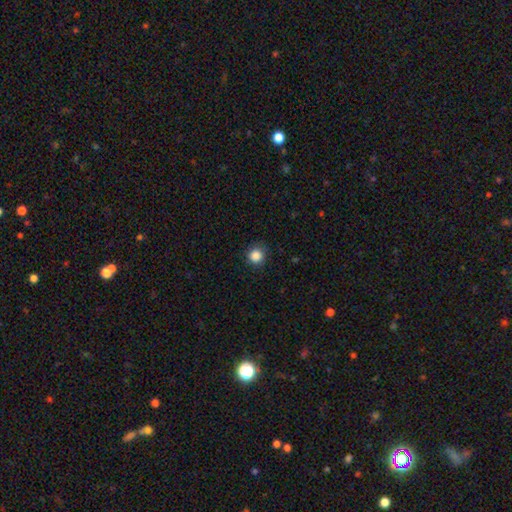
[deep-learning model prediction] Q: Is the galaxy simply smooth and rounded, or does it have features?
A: smooth — 86%.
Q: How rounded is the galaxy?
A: round — 93%.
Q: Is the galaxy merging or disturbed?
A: none — 86%.